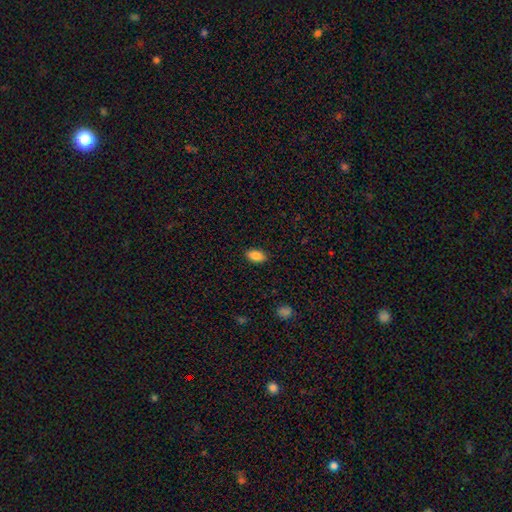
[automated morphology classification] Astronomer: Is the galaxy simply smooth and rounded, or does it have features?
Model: smooth — 87%.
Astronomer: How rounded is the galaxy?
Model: in between — 92%.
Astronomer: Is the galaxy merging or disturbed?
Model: none — 88%.